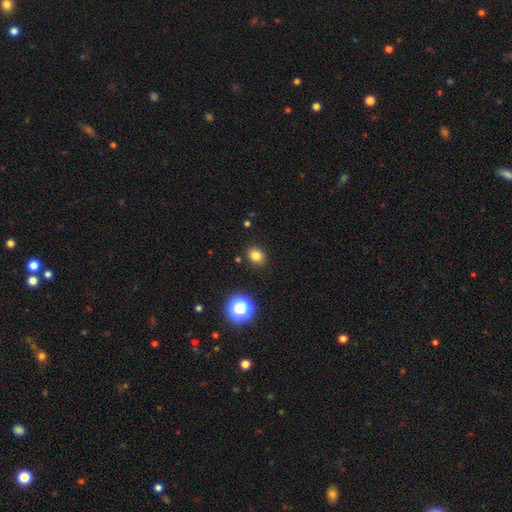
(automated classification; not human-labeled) Smooth or featured: smooth — 80% (star or artifact — 14%)
How rounded: in between — 52% (round — 47%)
Merging: none — 88% (minor disturbance — 8%)